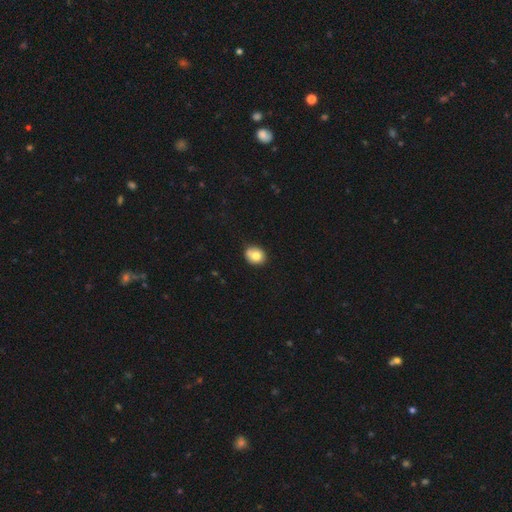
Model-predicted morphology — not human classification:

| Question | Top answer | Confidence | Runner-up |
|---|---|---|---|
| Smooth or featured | smooth | 79% | featured or disk (12%) |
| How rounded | round | 59% | in between (40%) |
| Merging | none | 78% | minor disturbance (17%) |